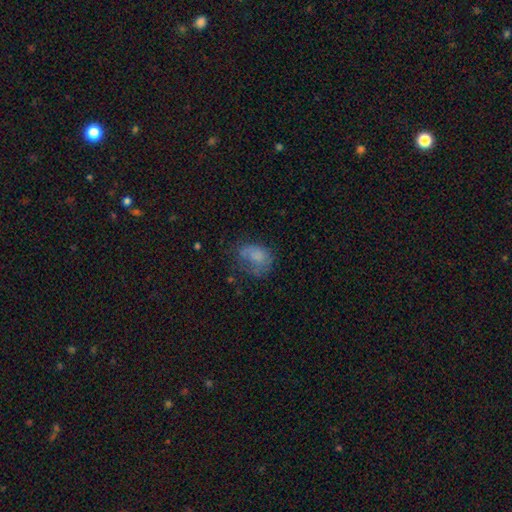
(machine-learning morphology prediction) This is likely a smooth galaxy (64%). How rounded: likely in between (69%). Merging: marginally none (40%).